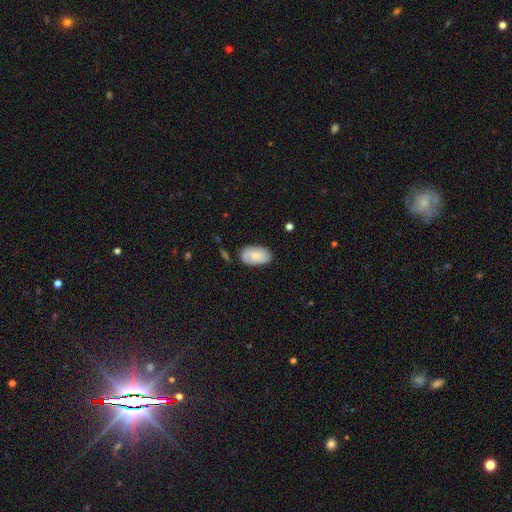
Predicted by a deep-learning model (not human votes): Smooth or featured? smooth (70%)
How rounded? in between (93%)
Merging? none (76%)